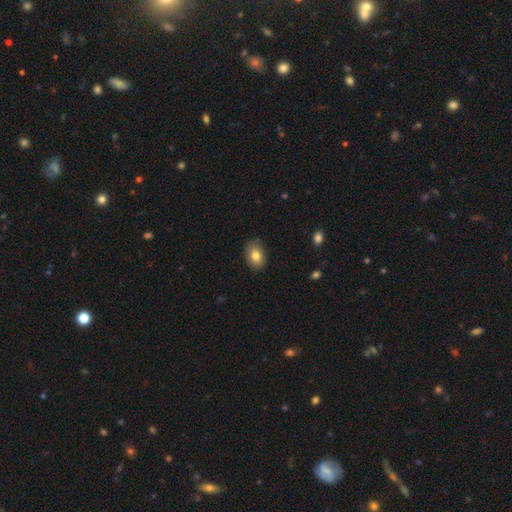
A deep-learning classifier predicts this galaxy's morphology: This appears to be a smooth galaxy with no disk features (81%) that is in between round and cigar-shaped (78%). Merging: none (83%).